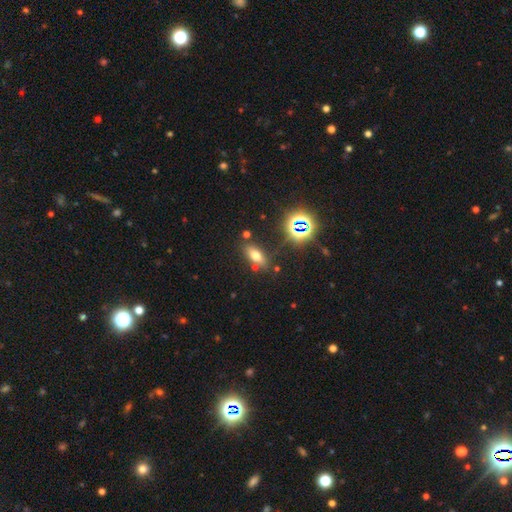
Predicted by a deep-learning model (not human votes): This appears to be a smooth galaxy with no disk features (61%) that is in between round and cigar-shaped (75%). Merging: none (74%).